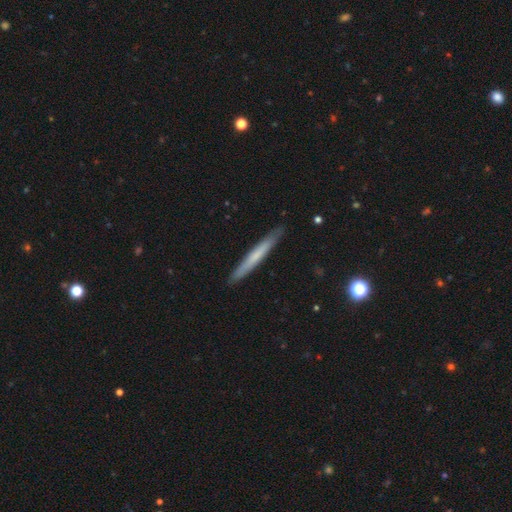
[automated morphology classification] Smooth or featured? smooth (57%)
How rounded? cigar-shaped (96%)
Merging? none (90%)